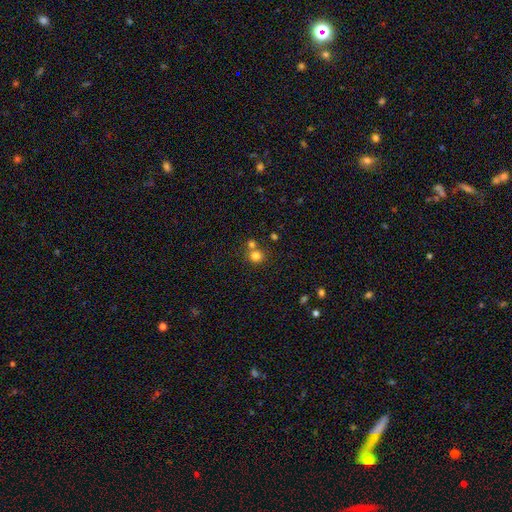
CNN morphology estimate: Smooth or featured? smooth (79%)
How rounded? round (87%)
Merging? none (59%)